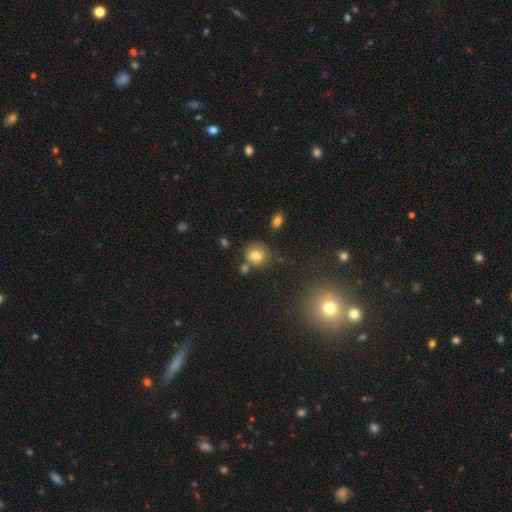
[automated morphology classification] This appears to be a smooth galaxy with no disk features (77%) that is round (81%). Merging: none (68%).